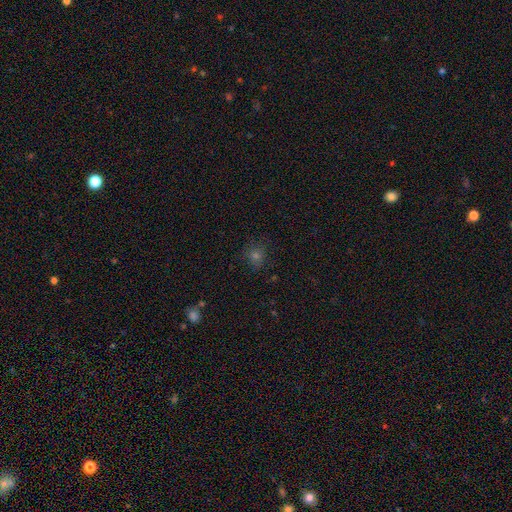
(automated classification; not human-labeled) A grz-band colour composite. It shows a smooth galaxy with no disk features (61%) that is round (87%). Merging: none (84%).